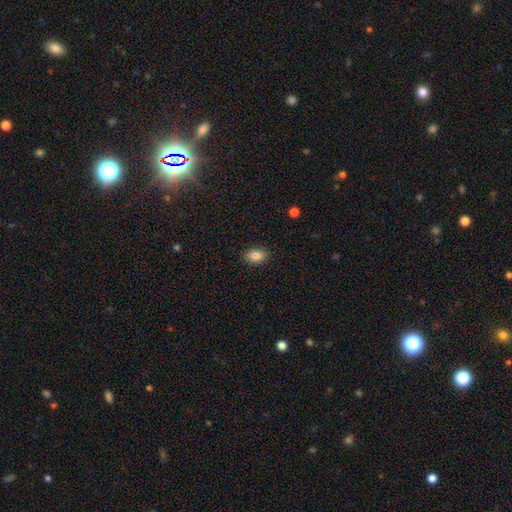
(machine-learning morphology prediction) A smooth galaxy with no disk features (83%) that is in between round and cigar-shaped (80%). Merging: none (87%).